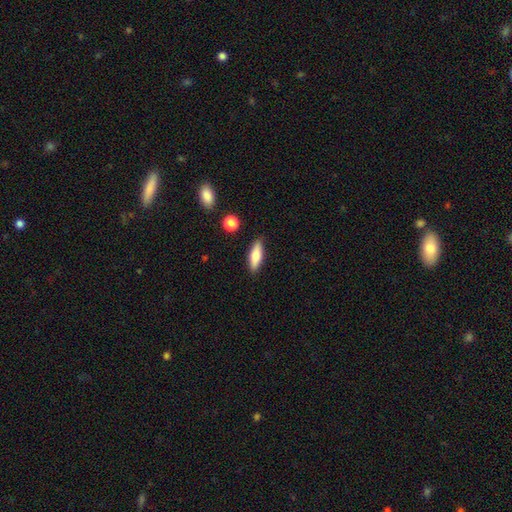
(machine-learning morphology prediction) smooth-or-featured: smooth: 76% | featured or disk: 18% | star or artifact: 7%
  how-rounded: in between: 51% | cigar-shaped: 46% | round: 2%
  merging: none: 86% | minor disturbance: 10% | major disturbance: 2% | merger: 2%